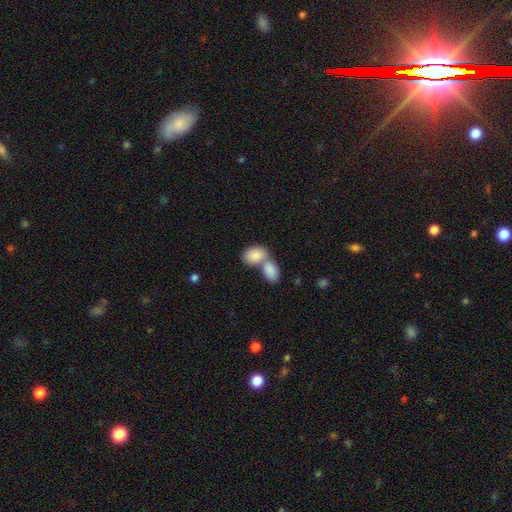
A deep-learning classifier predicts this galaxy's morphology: Overall: smooth (85%). How rounded: in between (88%). Merging: merger (64%; none 26%).